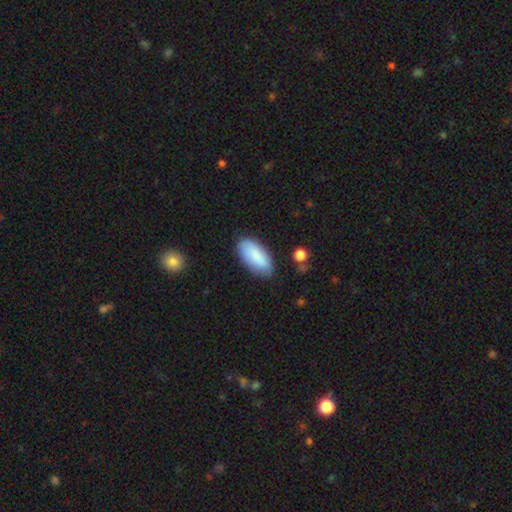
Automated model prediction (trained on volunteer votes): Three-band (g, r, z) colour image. It shows a smooth galaxy with no disk features (85%) that is in between round and cigar-shaped (90%). Merging: none (81%).